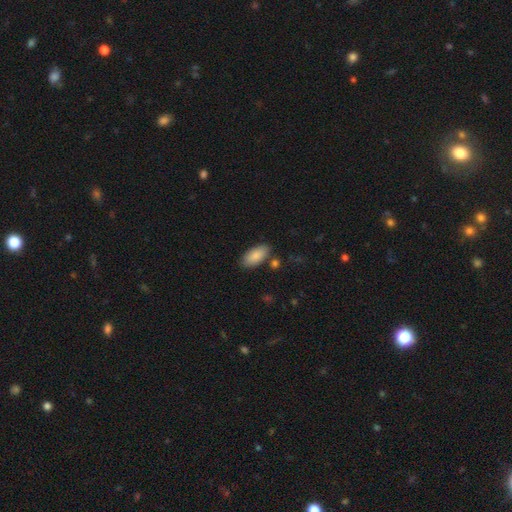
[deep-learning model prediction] A smooth galaxy with no disk features (87%) that is in between round and cigar-shaped (92%).

Vote fractions:
- Smooth or featured? smooth: 87% / featured or disk: 7% / star or artifact: 6%
- How rounded? in between: 92% / cigar-shaped: 6% / round: 2%
- Merging? none: 80% / minor disturbance: 12% / merger: 5% / major disturbance: 3%